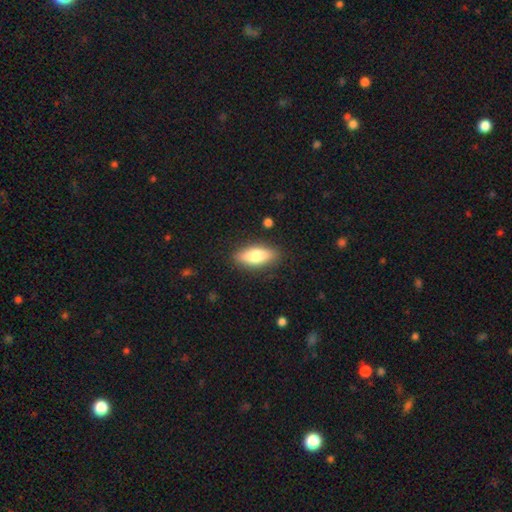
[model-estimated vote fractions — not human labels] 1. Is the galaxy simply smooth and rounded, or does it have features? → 78% smooth, 16% featured or disk, 6% star or artifact.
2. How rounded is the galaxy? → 75% in between, 22% cigar-shaped, 3% round.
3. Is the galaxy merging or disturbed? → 86% none, 10% minor disturbance, 2% major disturbance, 1% merger.